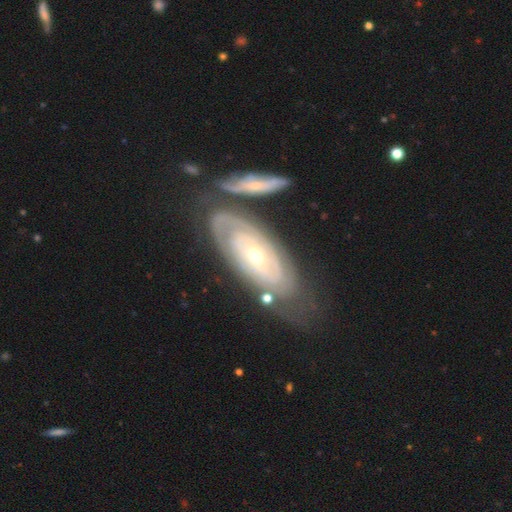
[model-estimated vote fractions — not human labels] Smooth or featured? Predicted: featured or disk (p=0.82). Edge-on disk? Predicted: no (p=0.91). Bar? Predicted: no (p=0.78). Spiral arms? Predicted: yes (p=0.84). Spiral winding? Predicted: tight (p=0.83). Spiral arm count? Predicted: can't tell (p=0.55). Bulge size? Predicted: small (p=0.50). Merging? Predicted: none (p=0.61).